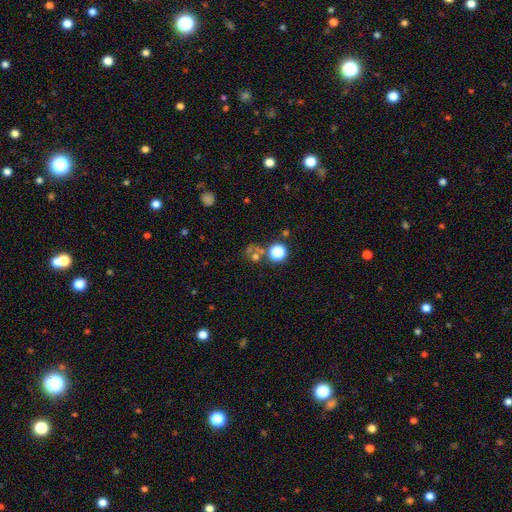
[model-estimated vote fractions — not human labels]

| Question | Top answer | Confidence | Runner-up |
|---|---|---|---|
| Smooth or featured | smooth | 50% | star or artifact (36%) |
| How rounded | round | 86% | in between (13%) |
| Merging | none | 53% | merger (29%) |